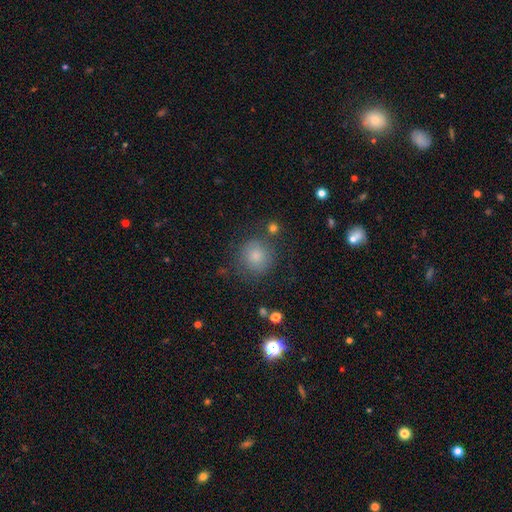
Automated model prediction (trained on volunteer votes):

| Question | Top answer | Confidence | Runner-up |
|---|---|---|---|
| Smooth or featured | smooth | 64% | star or artifact (22%) |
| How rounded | round | 91% | in between (9%) |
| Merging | none | 82% | minor disturbance (11%) |